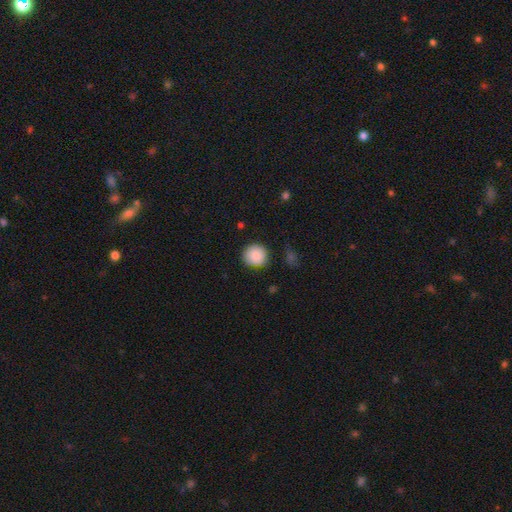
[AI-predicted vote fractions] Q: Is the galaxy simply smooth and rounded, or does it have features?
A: smooth — 87%.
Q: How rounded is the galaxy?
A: round — 92%.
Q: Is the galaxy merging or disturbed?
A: none — 83%.